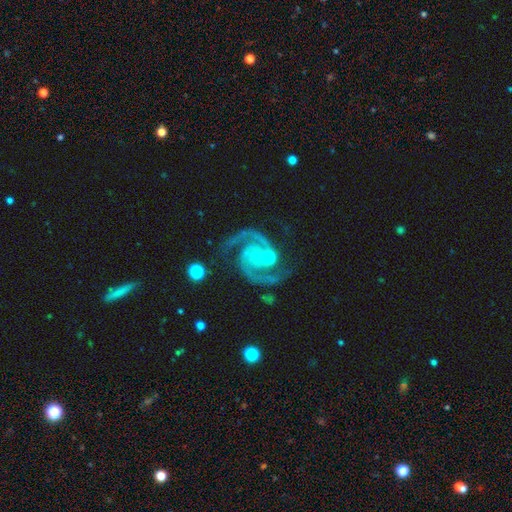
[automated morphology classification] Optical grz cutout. It shows a featured or disk galaxy (93%) with no bar (69%), 2 (93%) medium (57%) spiral arms (99%) and a small central bulge (55%). Merging: none (70%).